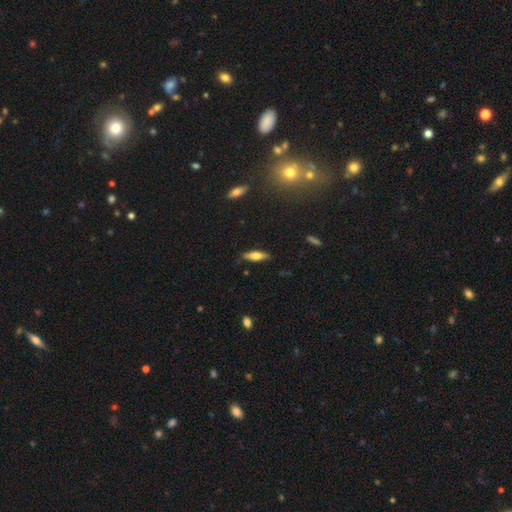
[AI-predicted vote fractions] Smooth or featured: smooth — 61% (featured or disk — 33%)
How rounded: cigar-shaped — 57% (in between — 41%)
Merging: none — 84% (minor disturbance — 13%)